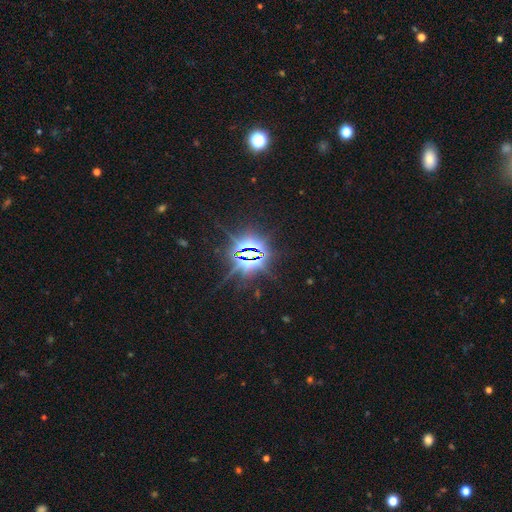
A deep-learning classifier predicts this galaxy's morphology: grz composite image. It shows a star or artifact, not a galaxy (85%).